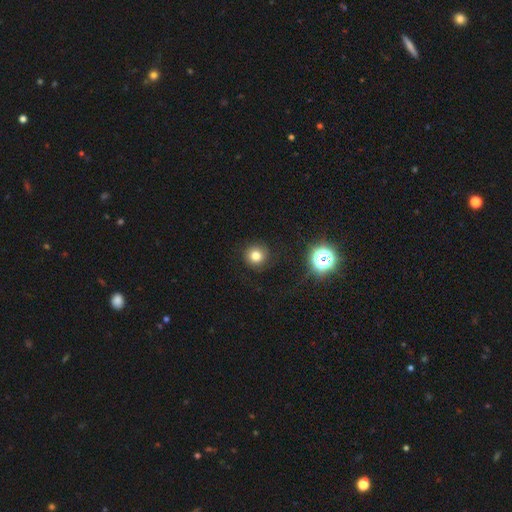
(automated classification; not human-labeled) A smooth galaxy with no disk features (76%) that is round (95%). Merging: none (89%).